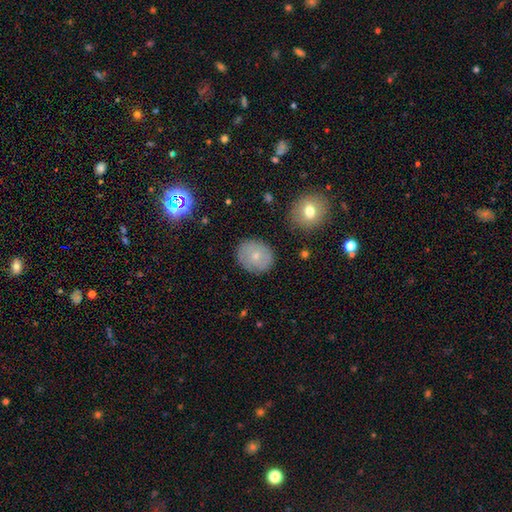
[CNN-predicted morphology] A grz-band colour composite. It shows a smooth galaxy with no disk features (54%) that is round (69%). Merging: none (83%).